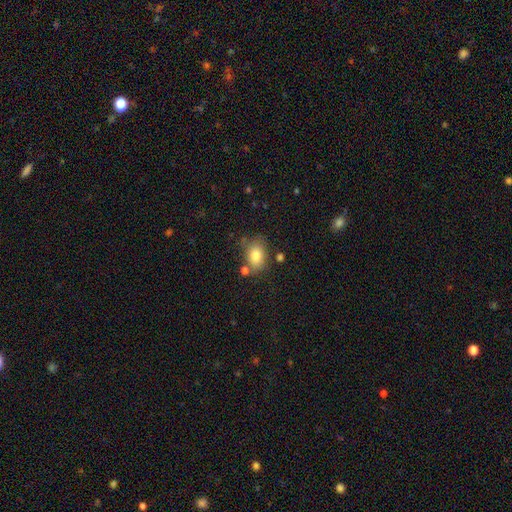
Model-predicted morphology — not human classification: Q: Smooth or featured?
A: smooth (81%); runner-up: featured or disk (9%)
Q: How rounded?
A: in between (72%); runner-up: round (26%)
Q: Merging?
A: none (67%); runner-up: minor disturbance (18%)